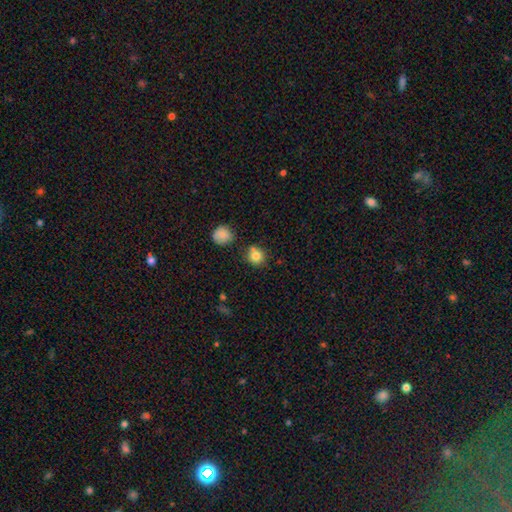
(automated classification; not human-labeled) smooth_or_featured: smooth (p=0.81) [alt: star or artifact p=0.11]
how_rounded: round (p=0.87) [alt: in between p=0.12]
merging: none (p=0.70) [alt: merger p=0.14]